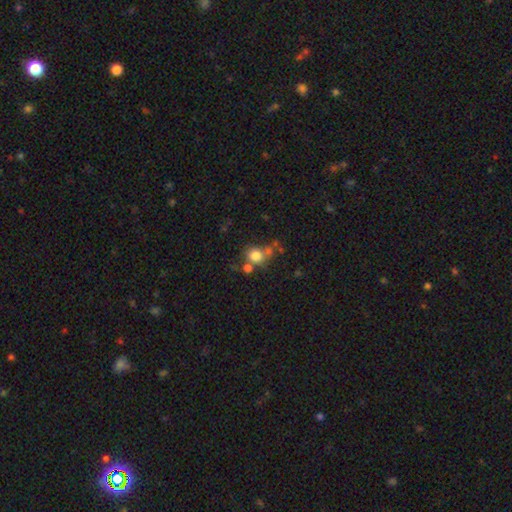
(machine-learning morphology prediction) Smooth or featured? Predicted: smooth (p=0.77). How rounded? Predicted: round (p=0.77). Merging? Predicted: none (p=0.50).